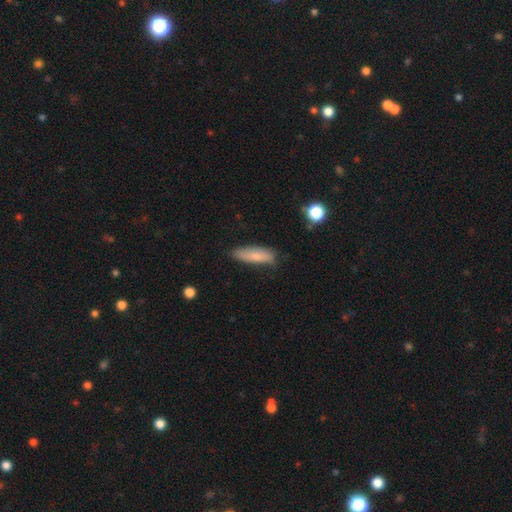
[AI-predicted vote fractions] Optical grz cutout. It shows a smooth galaxy with no disk features (76%) that is cigar-shaped (55%). Merging: none (72%).